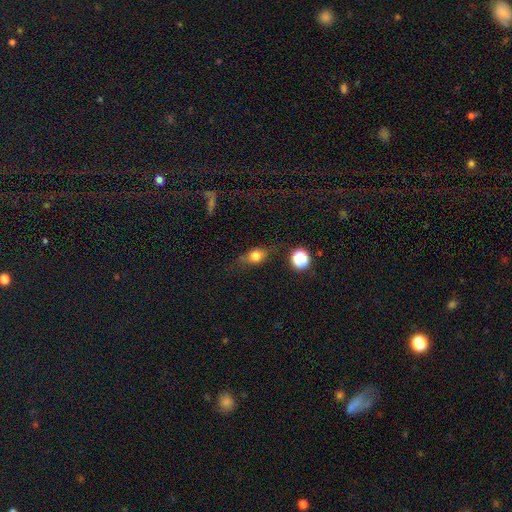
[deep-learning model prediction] This is likely a smooth galaxy (71%). How rounded: possibly in between (56%). Merging: likely none (64%).